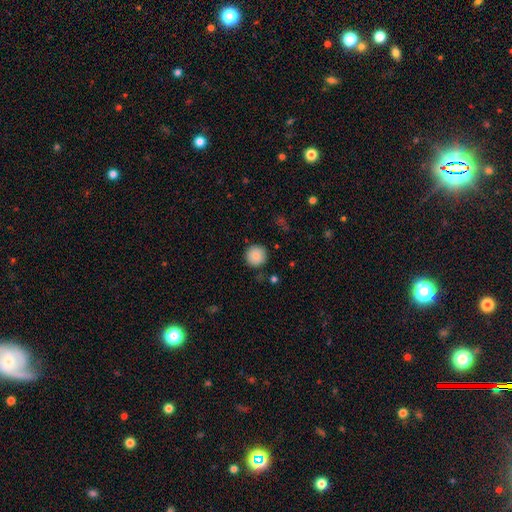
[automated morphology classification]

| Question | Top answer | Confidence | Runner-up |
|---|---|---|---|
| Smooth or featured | smooth | 88% | star or artifact (8%) |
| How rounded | round | 95% | in between (4%) |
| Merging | none | 89% | minor disturbance (7%) |